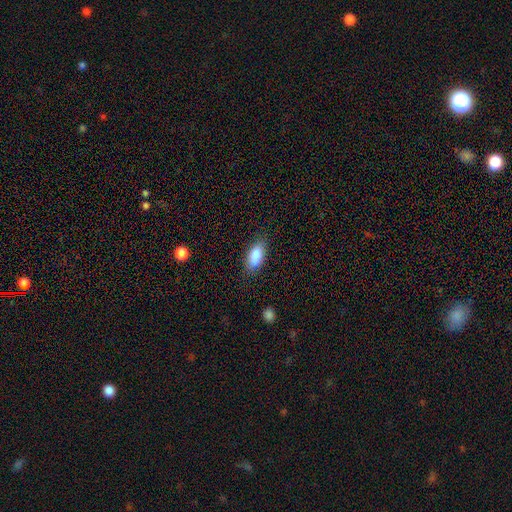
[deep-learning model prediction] This is clearly a smooth galaxy (87%). How rounded: clearly in between (89%). Merging: likely none (78%).